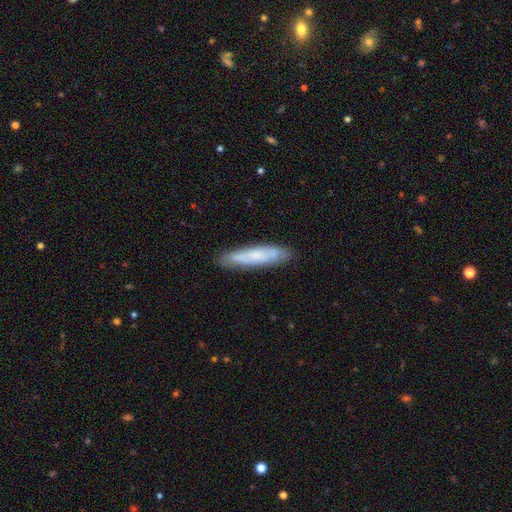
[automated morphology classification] Overall: smooth (61%; featured or disk 32%). How rounded: cigar-shaped (84%). Merging: none (84%).